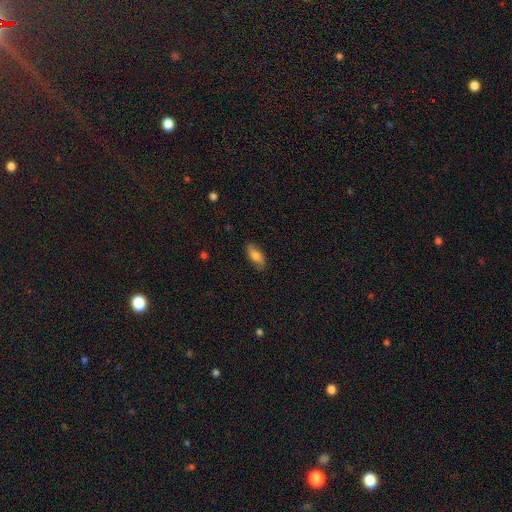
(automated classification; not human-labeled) This is likely a smooth galaxy (72%). How rounded: clearly in between (81%). Merging: clearly none (84%).